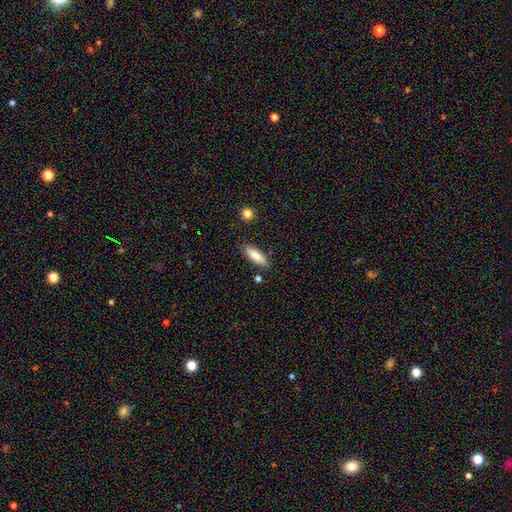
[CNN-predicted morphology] Q: Smooth or featured?
A: smooth (80%); runner-up: featured or disk (14%)
Q: How rounded?
A: cigar-shaped (51%); runner-up: in between (47%)
Q: Merging?
A: none (84%); runner-up: minor disturbance (11%)